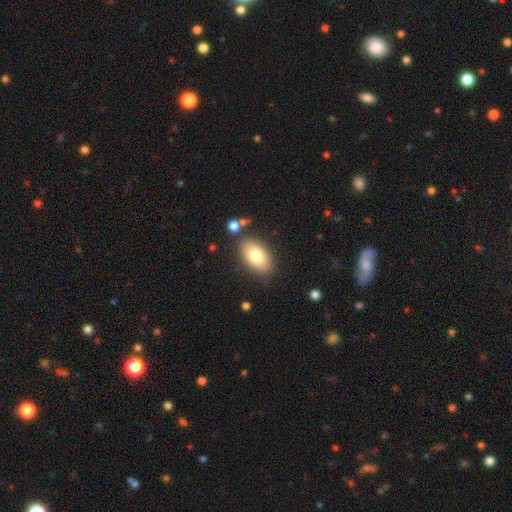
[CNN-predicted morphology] A smooth galaxy with no disk features (79%) that is in between round and cigar-shaped (92%).

Vote fractions:
- Smooth or featured? smooth: 79% / featured or disk: 13% / star or artifact: 7%
- How rounded? in between: 92% / round: 6% / cigar-shaped: 2%
- Merging? none: 81% / minor disturbance: 12% / merger: 4% / major disturbance: 3%